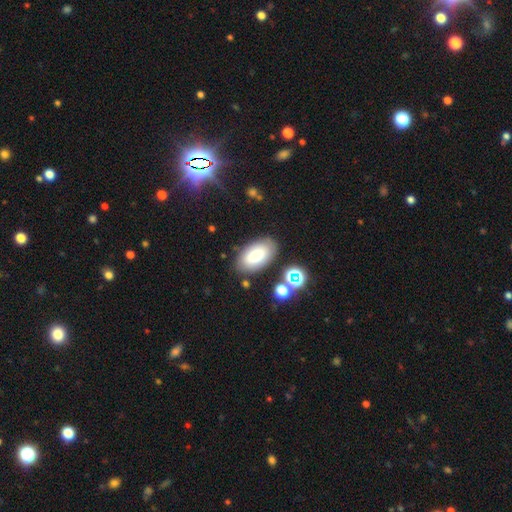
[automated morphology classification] smooth_or_featured: smooth (p=0.75) [alt: featured or disk p=0.16]
how_rounded: in between (p=0.94) [alt: round p=0.04]
merging: none (p=0.81) [alt: minor disturbance p=0.12]